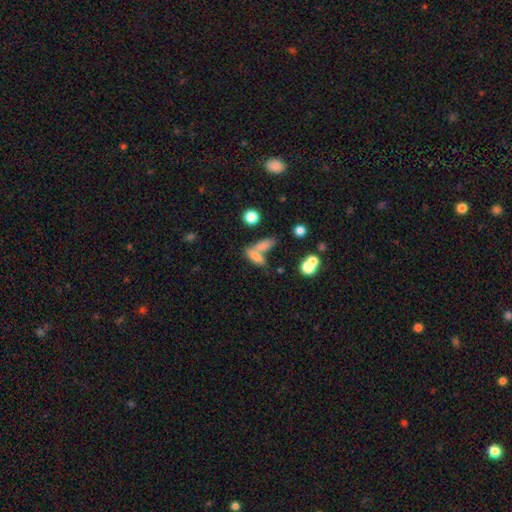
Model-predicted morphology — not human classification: smooth-or-featured: smooth: 72% | featured or disk: 16% | star or artifact: 12%
  how-rounded: in between: 50% | cigar-shaped: 43% | round: 7%
  merging: merger: 46% | none: 37% | minor disturbance: 11% | major disturbance: 7%